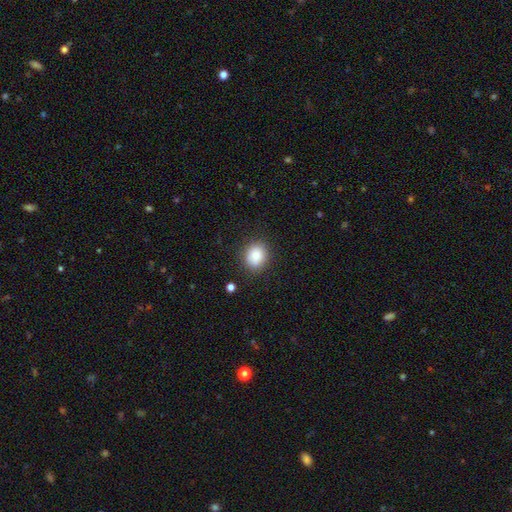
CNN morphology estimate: Smooth or featured? smooth (83%)
How rounded? round (70%)
Merging? none (87%)